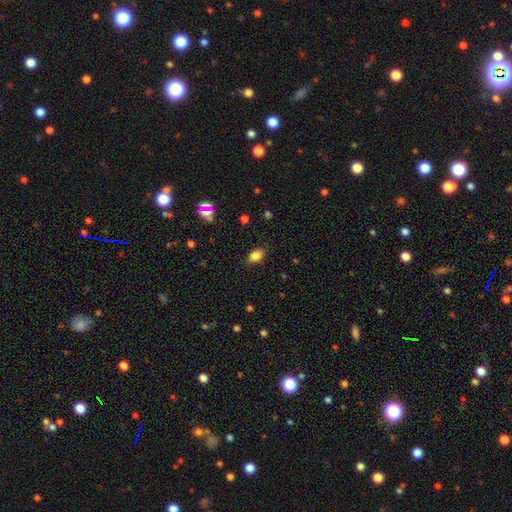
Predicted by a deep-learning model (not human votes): Smooth or featured?
  - smooth: 83% *
  - star or artifact: 11%
  - featured or disk: 6%
How rounded?
  - in between: 84% *
  - round: 14%
  - cigar-shaped: 2%
Merging?
  - none: 85% *
  - minor disturbance: 11%
  - major disturbance: 3%
  - merger: 1%